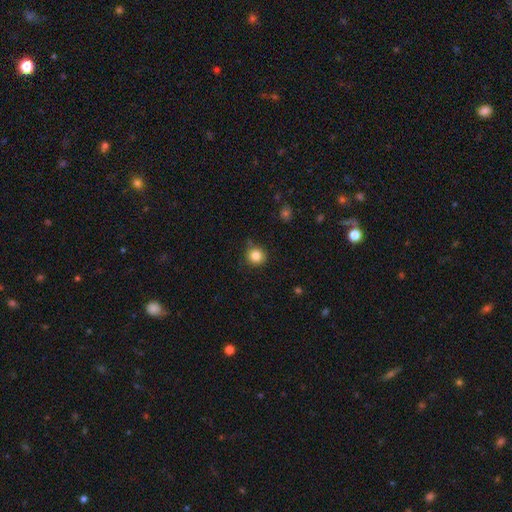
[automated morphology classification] smooth-or-featured: smooth: 84% | star or artifact: 11% | featured or disk: 5%
  how-rounded: round: 93% | in between: 6% | cigar-shaped: 1%
  merging: none: 82% | minor disturbance: 13% | major disturbance: 3% | merger: 2%